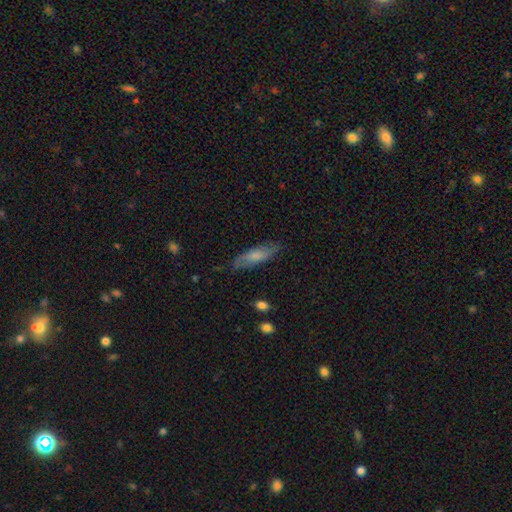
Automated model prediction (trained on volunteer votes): This appears to be a smooth galaxy with no disk features (60%) that is cigar-shaped (53%). Merging: none (79%).